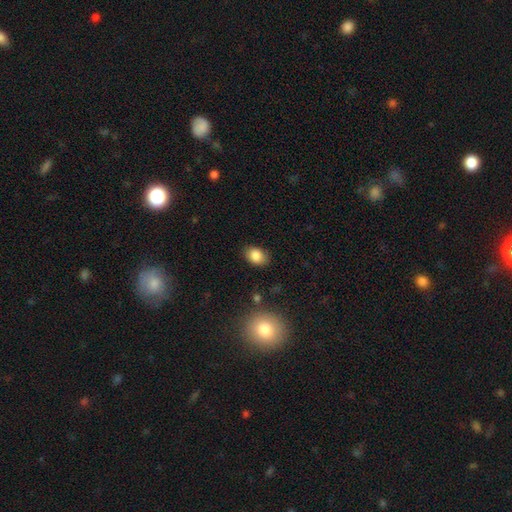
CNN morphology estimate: This appears to be a smooth galaxy with no disk features (85%) that is in between round and cigar-shaped (75%). Merging: none (83%).